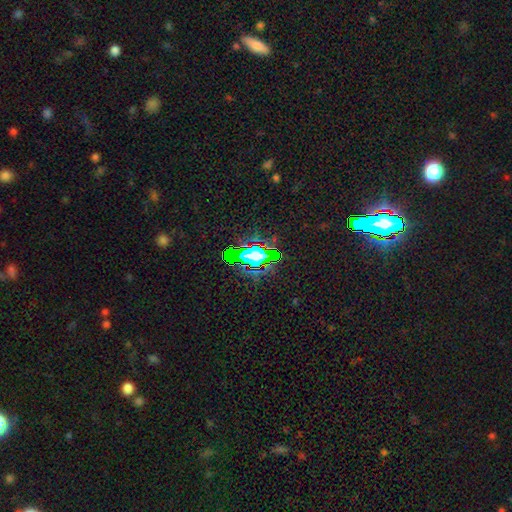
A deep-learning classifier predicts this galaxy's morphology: This appears to be a star or artifact, not a galaxy (60%).